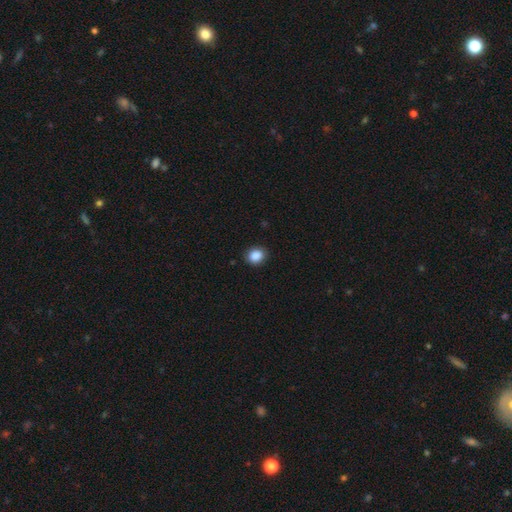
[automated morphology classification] smooth-or-featured: smooth: 88% | star or artifact: 9% | featured or disk: 3%
  how-rounded: round: 70% | in between: 29% | cigar-shaped: 1%
  merging: none: 86% | minor disturbance: 10% | major disturbance: 2% | merger: 1%